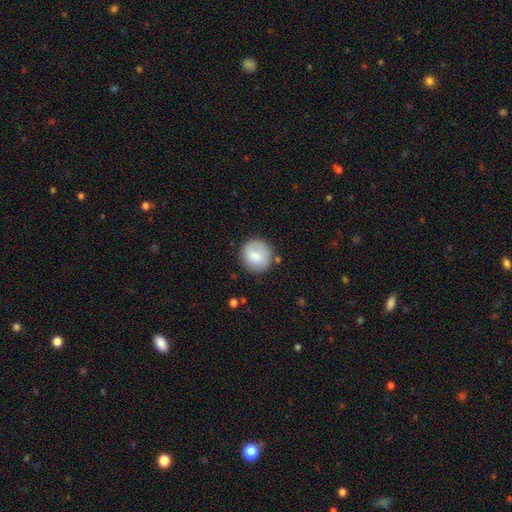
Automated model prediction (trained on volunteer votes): Overall: smooth (78%). How rounded: round (91%). Merging: none (78%).